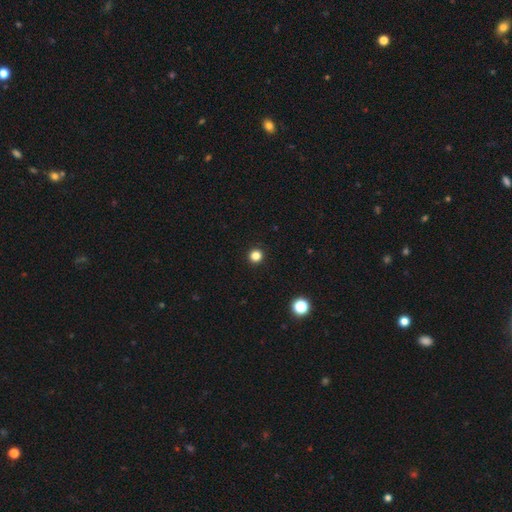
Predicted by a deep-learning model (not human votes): Smooth or featured: smooth — 83% (star or artifact — 14%)
How rounded: round — 95% (in between — 4%)
Merging: none — 94% (minor disturbance — 4%)